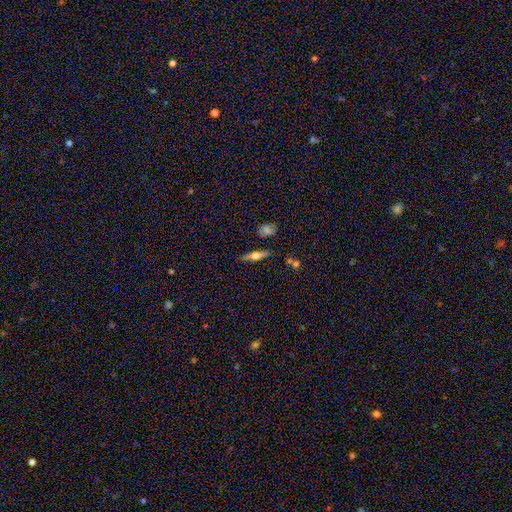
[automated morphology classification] featured or disk 54%, smooth 38%, star or artifact 8%. Down the decision tree: edge-on disk — yes (93%); edge-on bulge — rounded (90%); merging — none (83%).